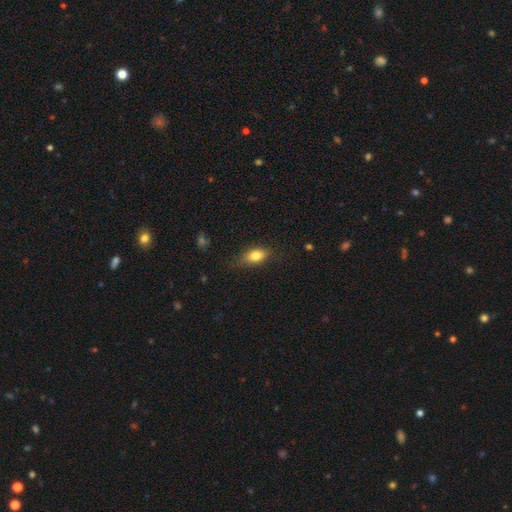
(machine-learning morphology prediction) A smooth galaxy with no disk features (76%) that is in between round and cigar-shaped (80%). Merging: none (70%).